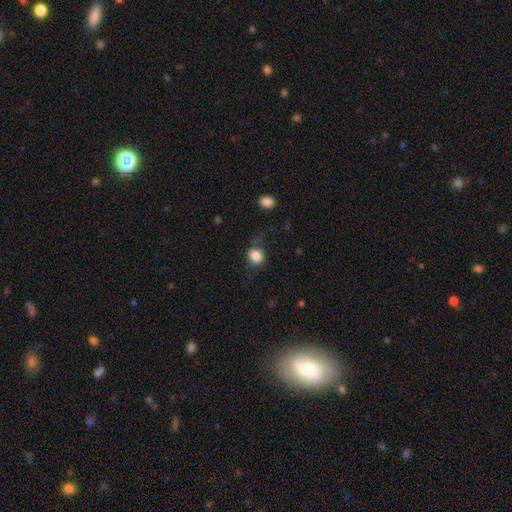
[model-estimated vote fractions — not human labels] smooth_or_featured: smooth (p=0.85) [alt: star or artifact p=0.10]
how_rounded: round (p=0.78) [alt: in between p=0.21]
merging: none (p=0.69) [alt: minor disturbance p=0.20]